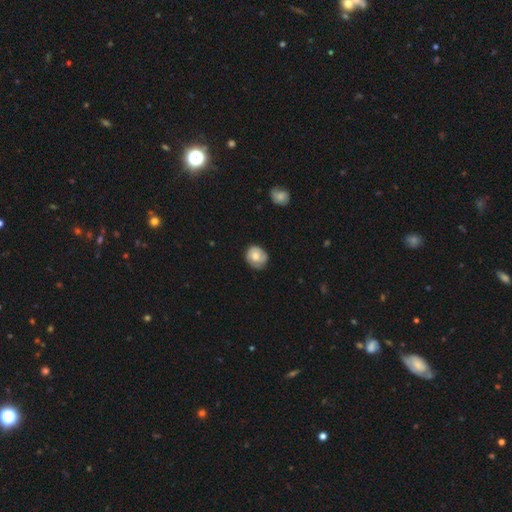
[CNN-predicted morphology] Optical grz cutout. It shows a smooth galaxy with no disk features (61%) that is round (73%). Merging: none (69%).